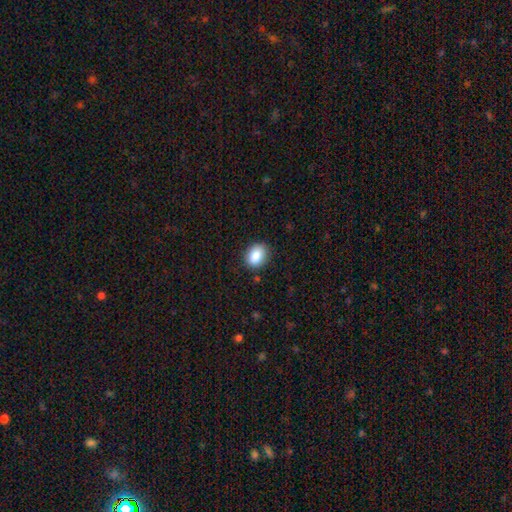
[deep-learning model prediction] Overall: smooth (87%). How rounded: in between (65%; round 34%). Merging: none (87%).